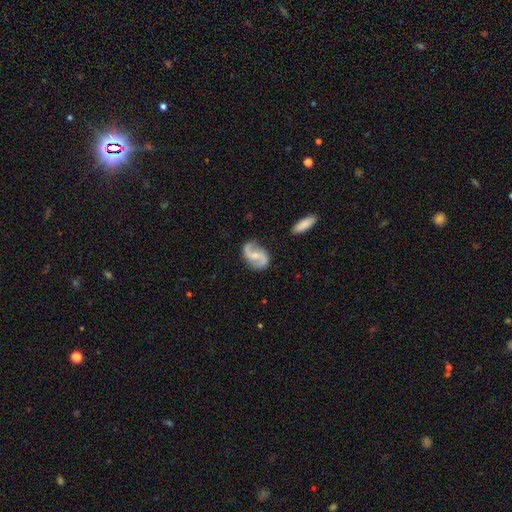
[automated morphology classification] This is clearly a featured or disk galaxy (86%). It is clearly not viewed edge-on (98%). Bar: possibly no (48%). Spiral arm pattern: clearly yes (96%). Spiral arm count: clearly 2 (93%). Spiral winding: possibly loose (49%). Central bulge: possibly small (48%). Merging: likely none (79%).